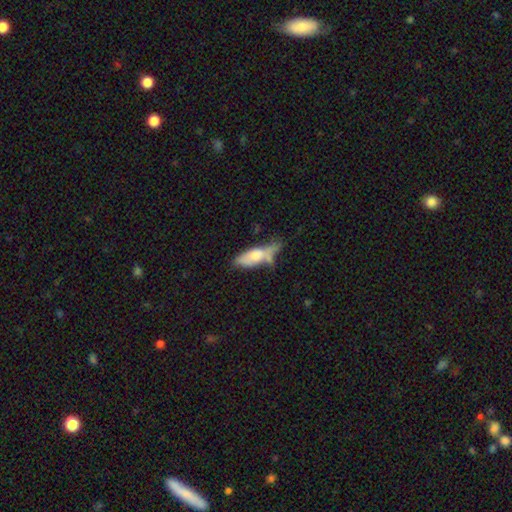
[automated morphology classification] A smooth galaxy with no disk features (66%) that is in between round and cigar-shaped (63%).

Vote fractions:
- Smooth or featured? smooth: 66% / featured or disk: 27% / star or artifact: 7%
- How rounded? in between: 63% / cigar-shaped: 35% / round: 3%
- Merging? none: 33% / minor disturbance: 27% / merger: 25% / major disturbance: 15%